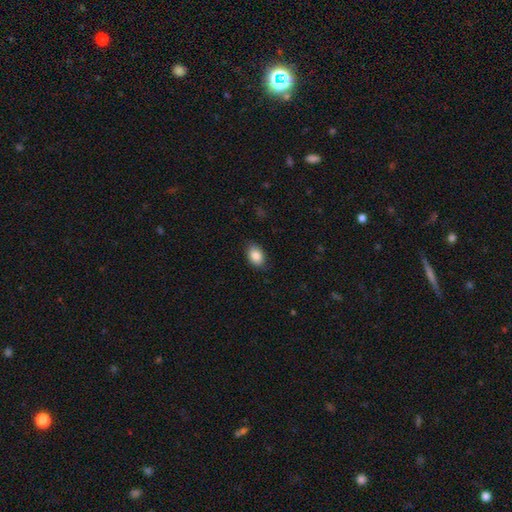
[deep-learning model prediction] The model was most divided on "how rounded": in between: 80%, round: 18%, cigar-shaped: 1%. More confident: smooth or featured — smooth (86%); merging — none (84%).